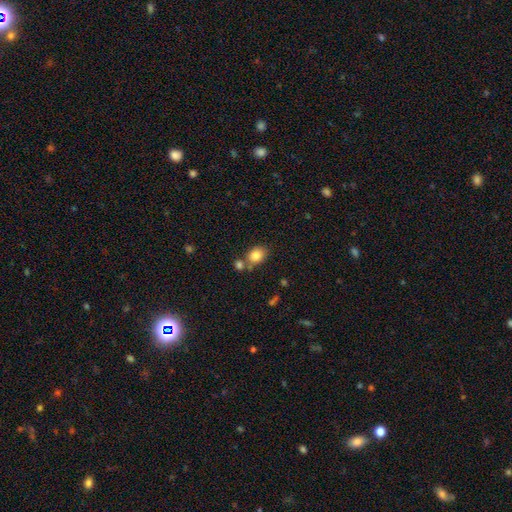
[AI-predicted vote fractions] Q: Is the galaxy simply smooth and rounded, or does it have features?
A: smooth — 84%.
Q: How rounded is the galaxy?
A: in between — 57%.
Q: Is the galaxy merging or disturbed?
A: none — 60%.